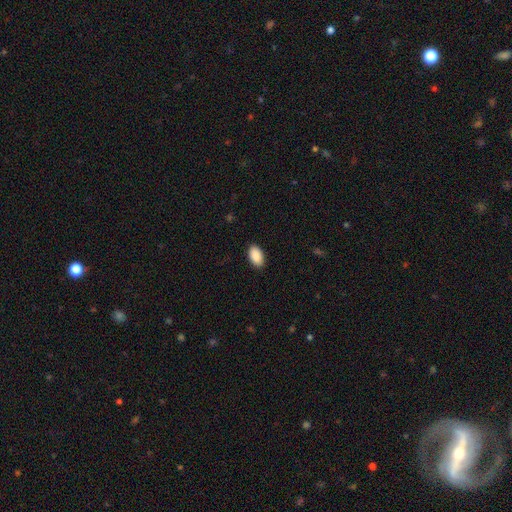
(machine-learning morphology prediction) Q: Smooth or featured?
A: smooth (91%); runner-up: star or artifact (7%)
Q: How rounded?
A: in between (94%); runner-up: round (5%)
Q: Merging?
A: none (89%); runner-up: minor disturbance (8%)